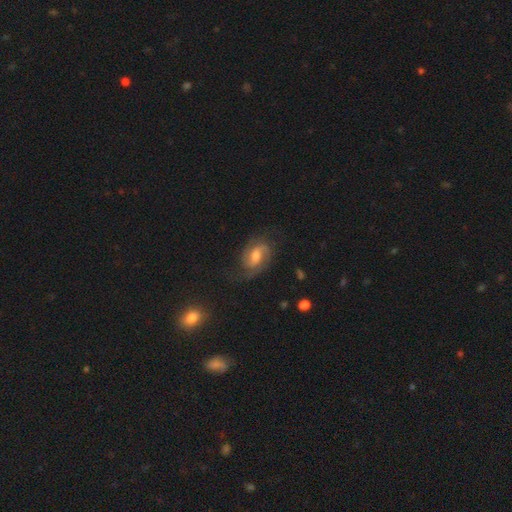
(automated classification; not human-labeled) Smooth or featured: featured or disk — 81% (smooth — 12%)
Edge-on disk: no — 97% (yes — 3%)
Bar: weak — 54% (no — 31%)
Spiral arms: yes — 96% (no — 4%)
Spiral winding: medium — 51% (tight — 29%)
Spiral arm count: 2 — 85% (can't tell — 6%)
Bulge size: moderate — 59% (small — 26%)
Merging: none — 72% (minor disturbance — 18%)